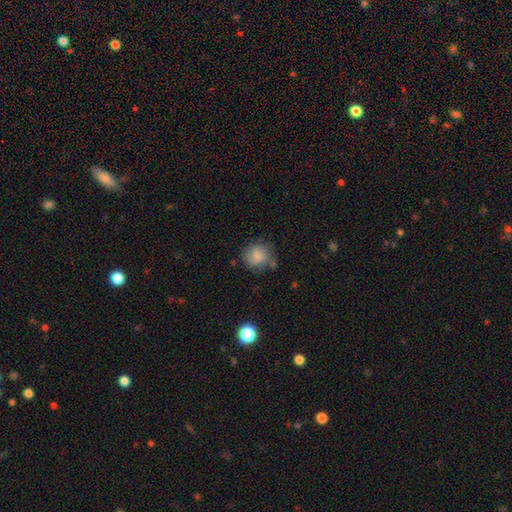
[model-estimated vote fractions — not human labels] Morphology: type=smooth (66%); roundness=round (80%); merging=none (69%).